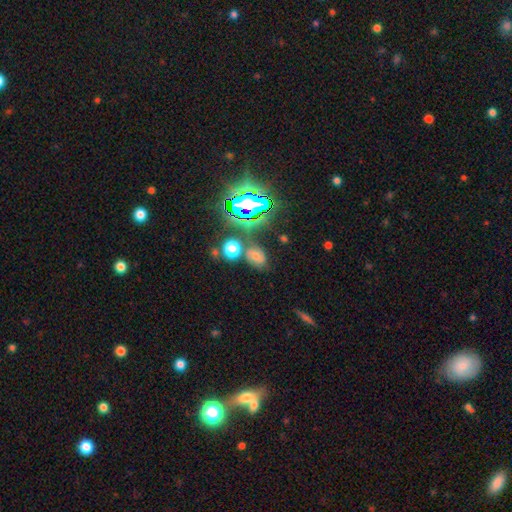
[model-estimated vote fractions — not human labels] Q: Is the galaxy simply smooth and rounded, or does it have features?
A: smooth — 42%.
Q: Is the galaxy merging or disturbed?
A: none — 66%.